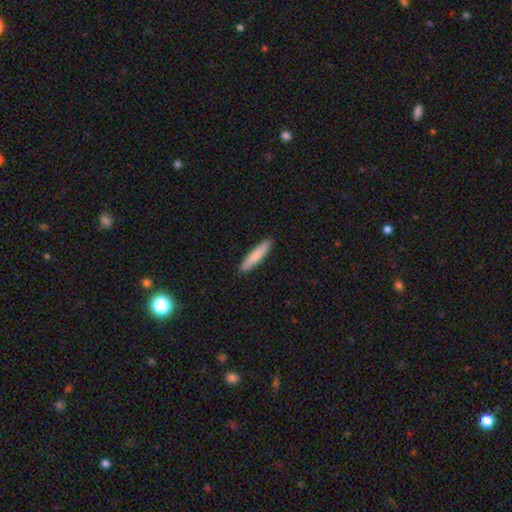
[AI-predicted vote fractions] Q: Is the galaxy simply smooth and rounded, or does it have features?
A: smooth — 80%.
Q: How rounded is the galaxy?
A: cigar-shaped — 86%.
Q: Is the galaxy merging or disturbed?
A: none — 92%.